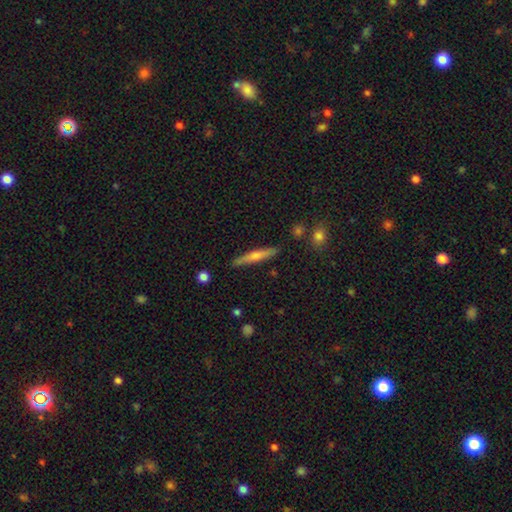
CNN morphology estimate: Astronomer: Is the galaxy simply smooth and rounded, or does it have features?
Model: featured or disk — 59%.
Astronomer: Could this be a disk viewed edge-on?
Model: yes — 96%.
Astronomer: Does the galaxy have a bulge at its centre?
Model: rounded — 80%.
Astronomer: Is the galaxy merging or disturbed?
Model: none — 88%.